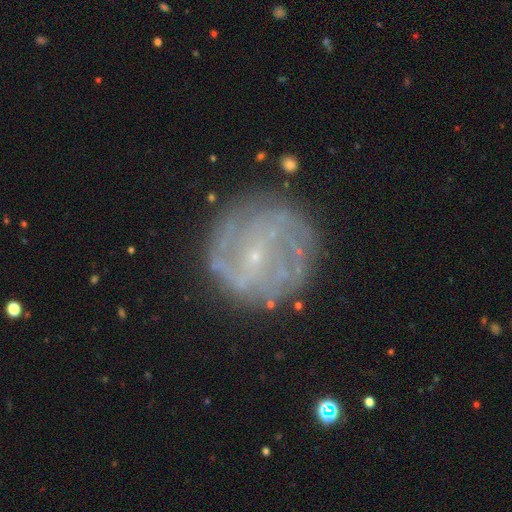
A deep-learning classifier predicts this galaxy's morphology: This is likely a featured or disk galaxy (76%). It is clearly not viewed edge-on (97%). Bar: possibly no (49%). Spiral arm pattern: clearly yes (83%). Spiral arm count: marginally can't tell (42%). Spiral winding: possibly tight (49%). Central bulge: clearly small (87%). Merging: likely none (78%).